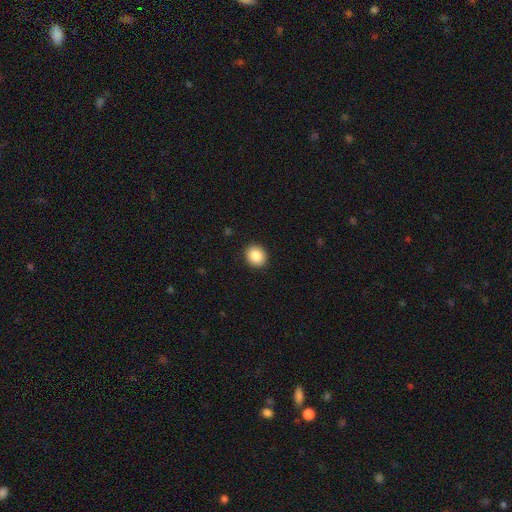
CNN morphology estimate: smooth 86%, star or artifact 8%, featured or disk 5%. Down the decision tree: how rounded — round (75%); merging — none (91%).